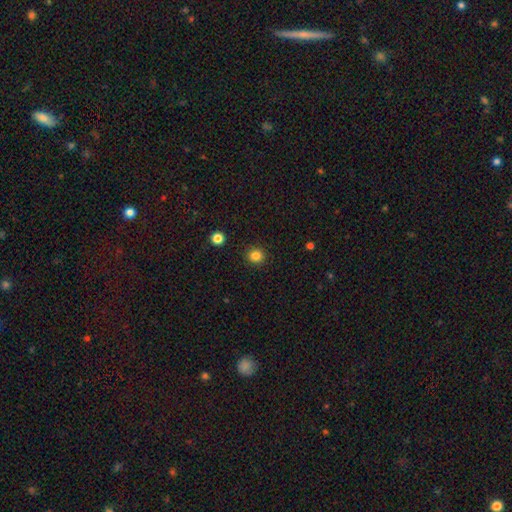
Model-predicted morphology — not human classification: Overall: smooth (84%). How rounded: round (86%). Merging: none (92%).